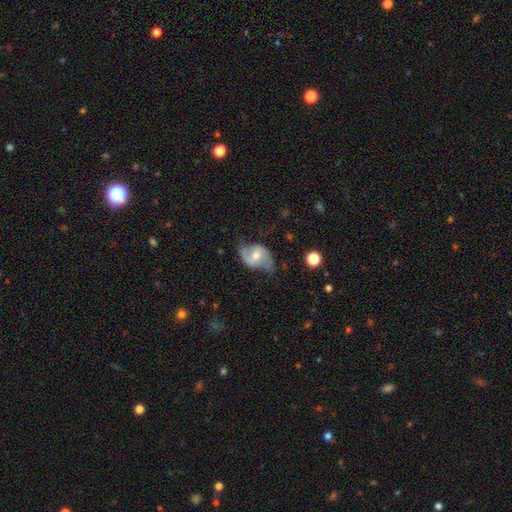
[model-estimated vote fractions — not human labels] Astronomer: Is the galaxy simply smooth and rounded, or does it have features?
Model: featured or disk — 69%.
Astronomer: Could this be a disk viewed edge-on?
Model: no — 97%.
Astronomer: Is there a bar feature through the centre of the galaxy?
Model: weak — 43% (runner-up: no, 41%).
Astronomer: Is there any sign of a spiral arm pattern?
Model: yes — 86%.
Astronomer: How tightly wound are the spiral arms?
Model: loose — 51% (runner-up: medium, 37%).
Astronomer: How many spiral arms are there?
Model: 2 — 87%.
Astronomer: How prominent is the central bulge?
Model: moderate — 63%.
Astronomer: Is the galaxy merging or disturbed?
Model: none — 56%.